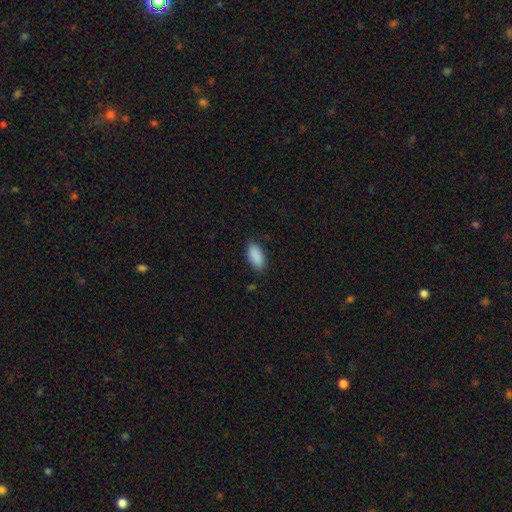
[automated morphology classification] Smooth or featured? smooth (90%)
How rounded? in between (90%)
Merging? none (84%)